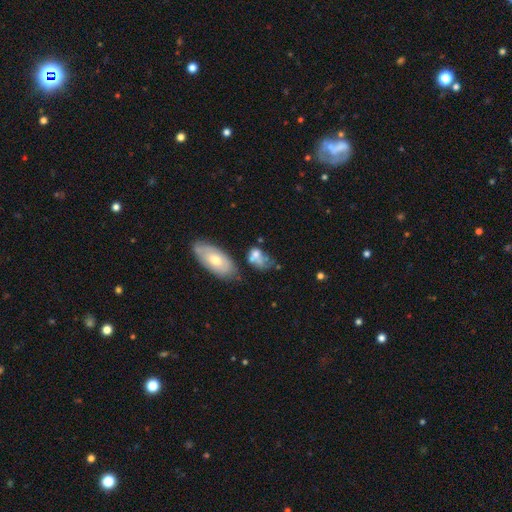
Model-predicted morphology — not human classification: This is possibly a smooth galaxy (57%). How rounded: likely in between (78%). Merging: marginally none (30%).